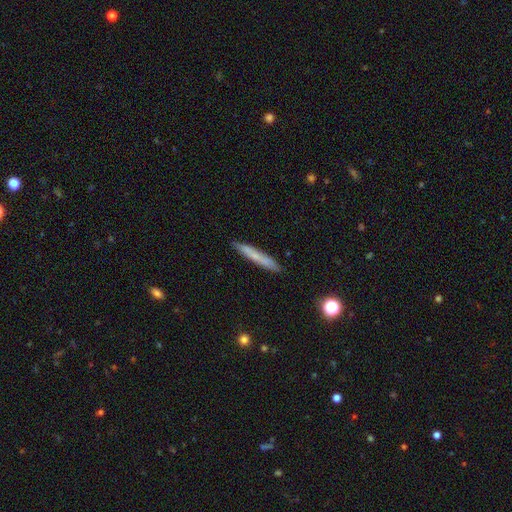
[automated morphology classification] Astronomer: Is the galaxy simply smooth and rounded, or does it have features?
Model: smooth — 66%.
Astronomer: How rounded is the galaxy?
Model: cigar-shaped — 95%.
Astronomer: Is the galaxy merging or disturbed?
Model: none — 88%.